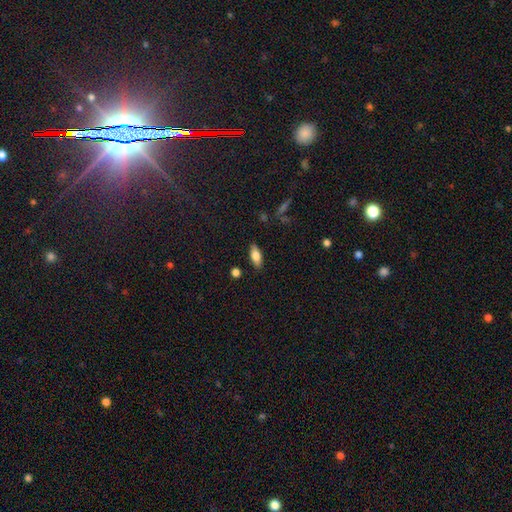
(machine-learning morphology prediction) Smooth or featured? Predicted: smooth (p=0.78). How rounded? Predicted: in between (p=0.82). Merging? Predicted: none (p=0.86).